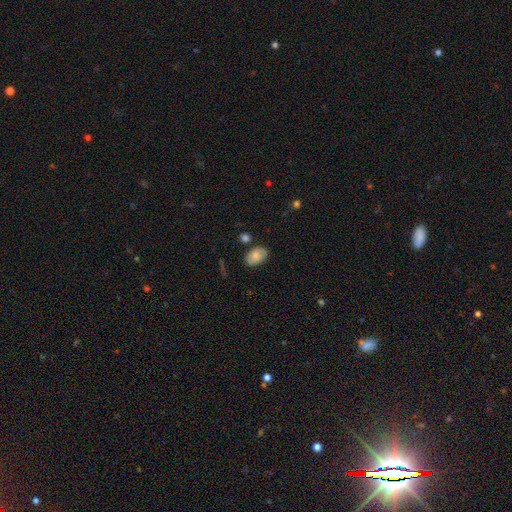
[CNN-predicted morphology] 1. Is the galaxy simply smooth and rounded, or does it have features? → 79% smooth, 13% featured or disk, 7% star or artifact.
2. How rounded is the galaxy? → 89% in between, 10% round, 1% cigar-shaped.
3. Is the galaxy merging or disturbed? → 78% none, 15% minor disturbance, 4% merger, 3% major disturbance.